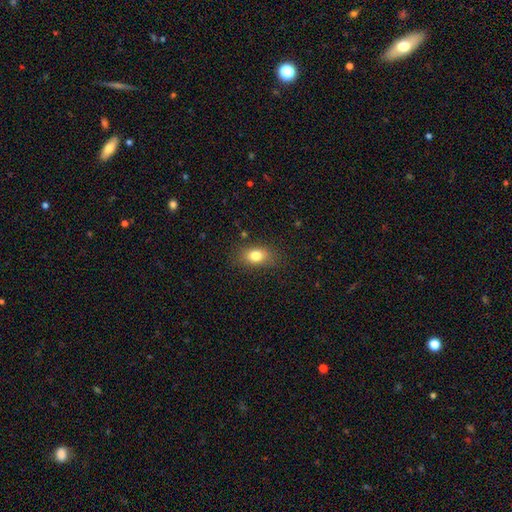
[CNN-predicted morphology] smooth 80%, star or artifact 10%, featured or disk 10%. Down the decision tree: how rounded — in between (78%); merging — none (81%).